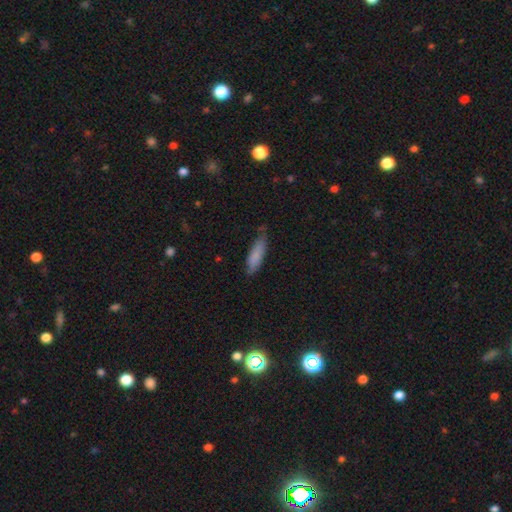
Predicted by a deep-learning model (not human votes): Overall: smooth (83%). How rounded: cigar-shaped (58%; in between 40%). Merging: none (67%).